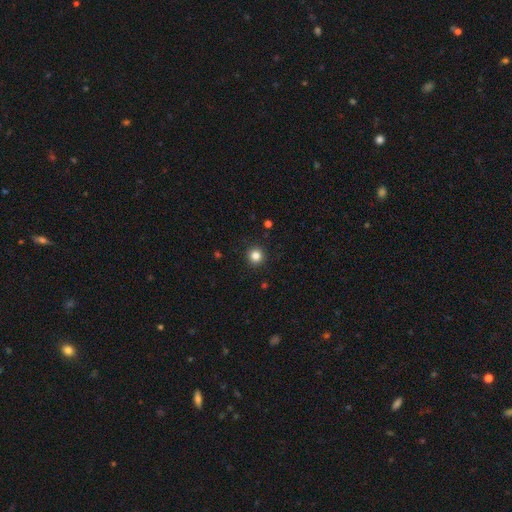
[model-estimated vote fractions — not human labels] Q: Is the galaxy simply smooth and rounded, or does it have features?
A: smooth — 83%.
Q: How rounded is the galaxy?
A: round — 95%.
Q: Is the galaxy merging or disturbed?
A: none — 92%.